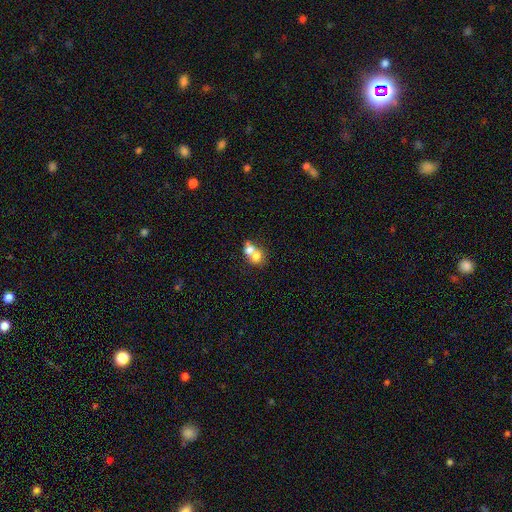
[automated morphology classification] Smooth or featured?
  - smooth: 68% *
  - featured or disk: 21%
  - star or artifact: 10%
How rounded?
  - round: 61% *
  - in between: 38%
  - cigar-shaped: 1%
Merging?
  - merger: 67% *
  - none: 24%
  - minor disturbance: 6%
  - major disturbance: 3%